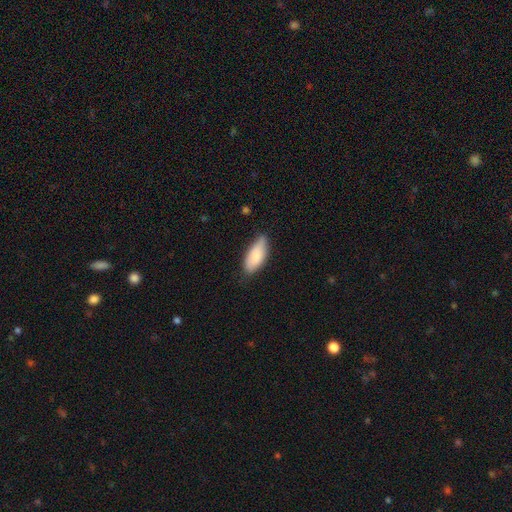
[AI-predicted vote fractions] smooth_or_featured: smooth (p=0.83) [alt: featured or disk p=0.12]
how_rounded: in between (p=0.84) [alt: cigar-shaped p=0.14]
merging: none (p=0.66) [alt: minor disturbance p=0.29]